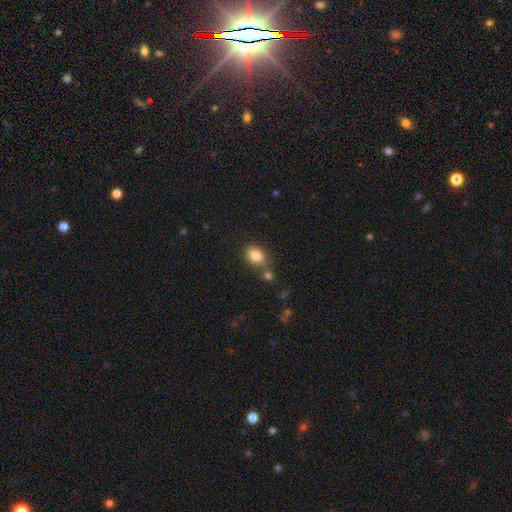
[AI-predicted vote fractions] Overall: smooth (84%). How rounded: in between (72%). Merging: none (67%).